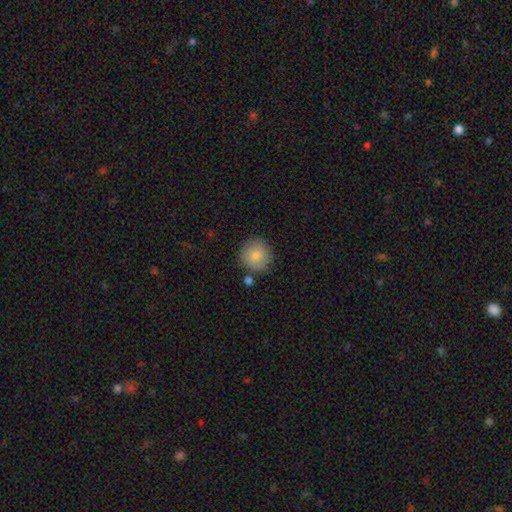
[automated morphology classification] Smooth or featured? Predicted: smooth (p=0.83). How rounded? Predicted: round (p=0.93). Merging? Predicted: none (p=0.80).